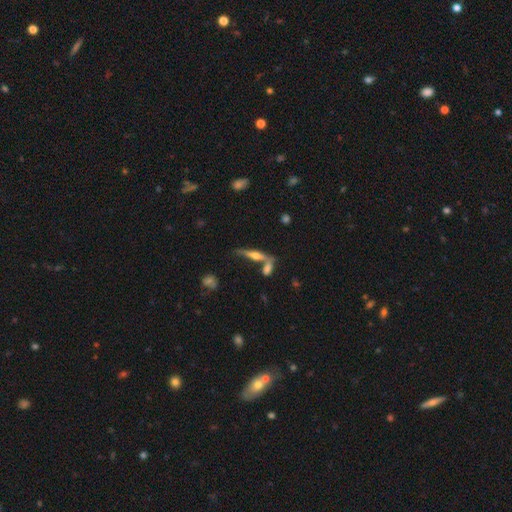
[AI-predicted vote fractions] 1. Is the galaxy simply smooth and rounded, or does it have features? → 65% featured or disk, 28% smooth, 8% star or artifact.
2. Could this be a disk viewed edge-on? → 95% yes, 5% no.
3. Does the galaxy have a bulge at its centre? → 92% rounded, 5% boxy, 4% none.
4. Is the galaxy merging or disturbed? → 59% none, 26% merger, 11% minor disturbance, 4% major disturbance.